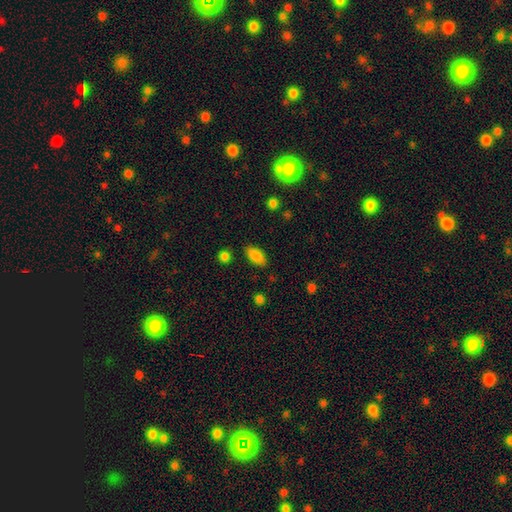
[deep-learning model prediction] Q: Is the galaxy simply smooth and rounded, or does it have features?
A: smooth — 85%.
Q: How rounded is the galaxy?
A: in between — 91%.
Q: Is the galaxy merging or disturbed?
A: none — 85%.